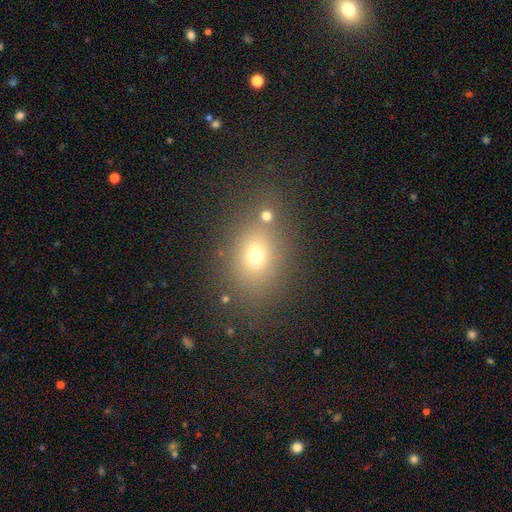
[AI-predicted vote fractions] smooth_or_featured: smooth (p=0.66) [alt: star or artifact p=0.21]
how_rounded: in between (p=0.59) [alt: round p=0.39]
merging: none (p=0.72) [alt: minor disturbance p=0.12]